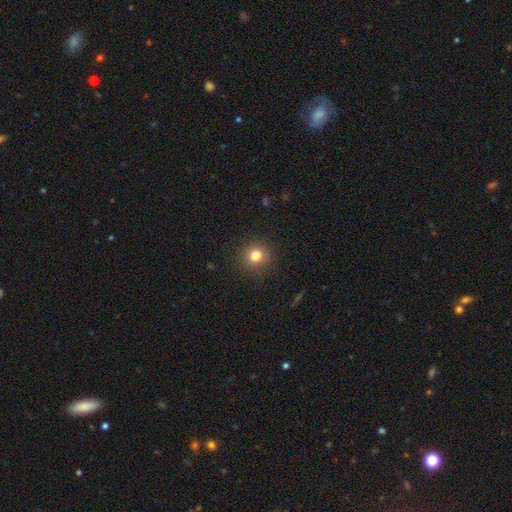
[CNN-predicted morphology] Smooth or featured? Predicted: smooth (p=0.80). How rounded? Predicted: round (p=0.89). Merging? Predicted: none (p=0.90).